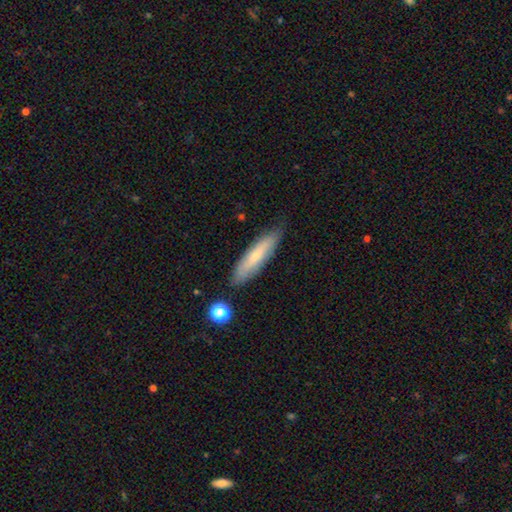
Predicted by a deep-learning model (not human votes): This appears to be a smooth galaxy with no disk features (63%) that is cigar-shaped (76%). Merging: none (81%).